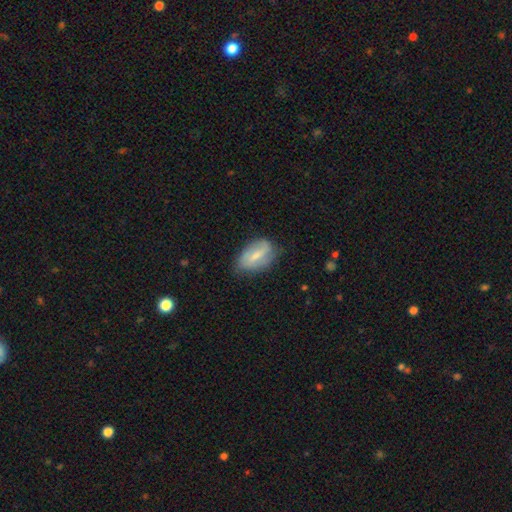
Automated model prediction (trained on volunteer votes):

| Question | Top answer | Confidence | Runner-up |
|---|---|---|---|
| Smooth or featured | smooth | 54% | featured or disk (39%) |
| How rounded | in between | 89% | round (6%) |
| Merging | none | 64% | minor disturbance (28%) |